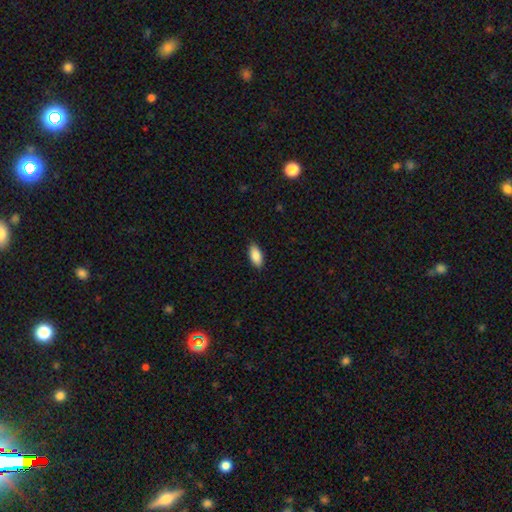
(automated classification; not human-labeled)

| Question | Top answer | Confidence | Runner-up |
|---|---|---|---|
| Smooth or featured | smooth | 88% | star or artifact (6%) |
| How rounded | in between | 90% | cigar-shaped (8%) |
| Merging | none | 87% | minor disturbance (10%) |